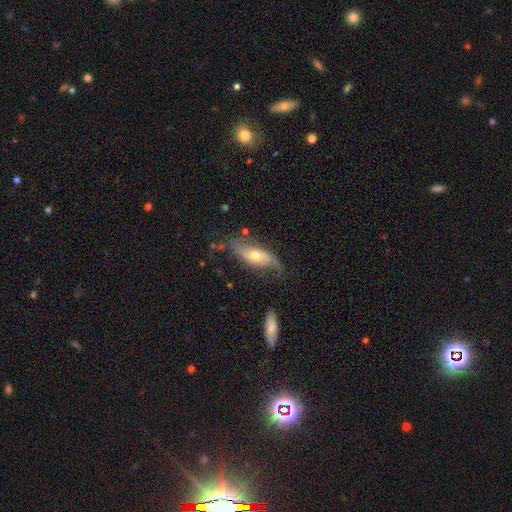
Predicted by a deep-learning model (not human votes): smooth-or-featured: featured or disk: 59% | smooth: 34% | star or artifact: 7%
  disk-edge-on: no: 77% | yes: 23%
  merging: none: 56% | minor disturbance: 28% | major disturbance: 13% | merger: 4%